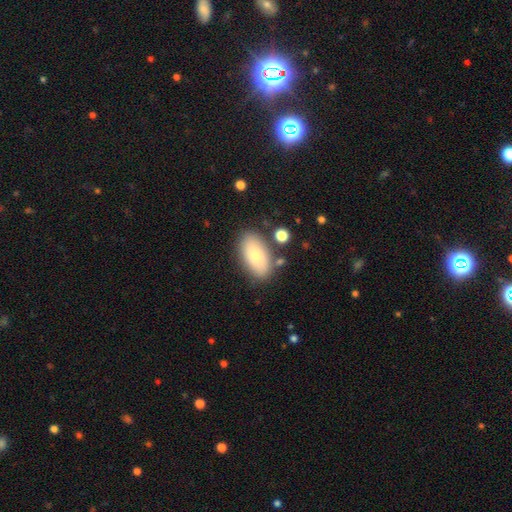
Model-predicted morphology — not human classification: Smooth or featured: smooth — 77% (featured or disk — 16%)
How rounded: in between — 93% (round — 5%)
Merging: none — 78% (minor disturbance — 13%)